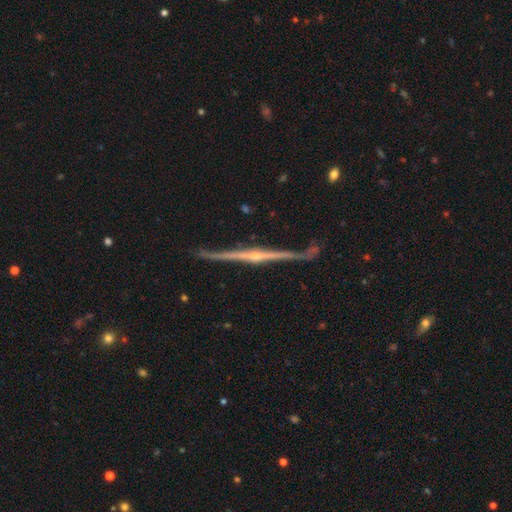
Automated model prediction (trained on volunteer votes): smooth_or_featured: featured or disk (p=0.89) [alt: smooth p=0.06]
disk_edge_on: yes (p=0.98) [alt: no p=0.02]
edge_on_bulge: rounded (p=0.80) [alt: none p=0.13]
merging: none (p=0.83) [alt: minor disturbance p=0.13]